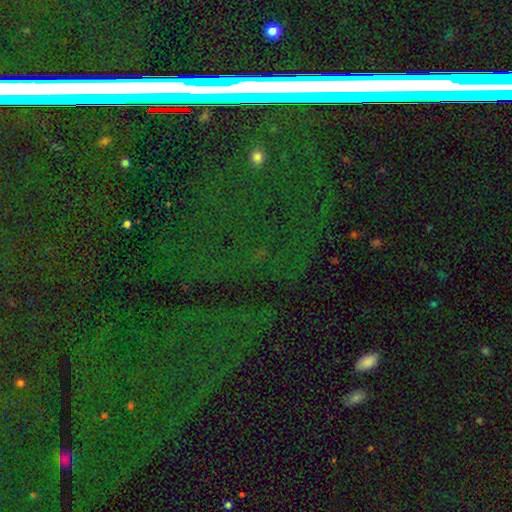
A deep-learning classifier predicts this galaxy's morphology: Smooth or featured: star or artifact — 77% (smooth — 12%)